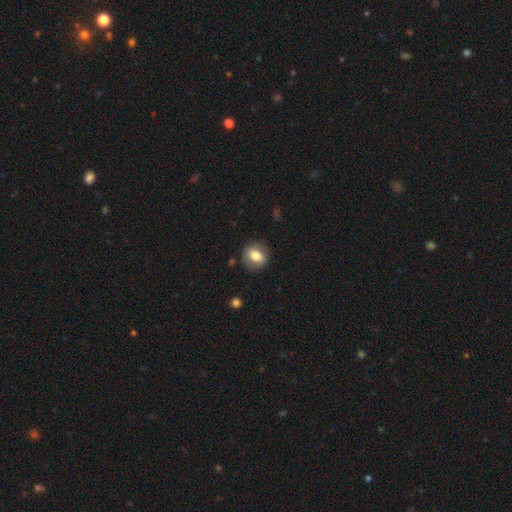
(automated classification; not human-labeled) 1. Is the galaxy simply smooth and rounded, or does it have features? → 71% smooth, 21% featured or disk, 8% star or artifact.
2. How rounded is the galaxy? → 74% round, 25% in between, 1% cigar-shaped.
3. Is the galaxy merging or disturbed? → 86% none, 10% minor disturbance, 3% major disturbance, 1% merger.